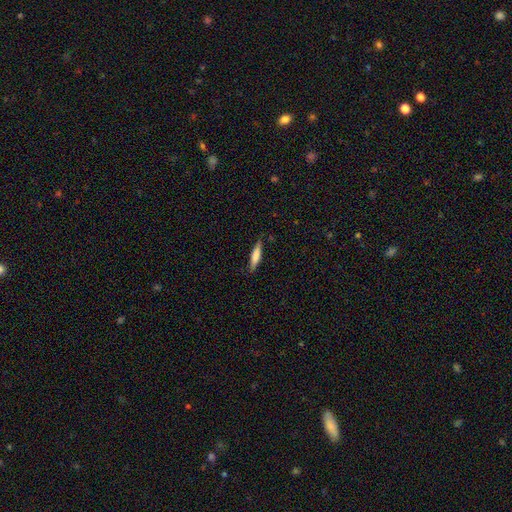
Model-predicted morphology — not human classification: Q: Smooth or featured?
A: smooth (64%); runner-up: featured or disk (30%)
Q: How rounded?
A: cigar-shaped (84%); runner-up: in between (15%)
Q: Merging?
A: none (83%); runner-up: minor disturbance (14%)